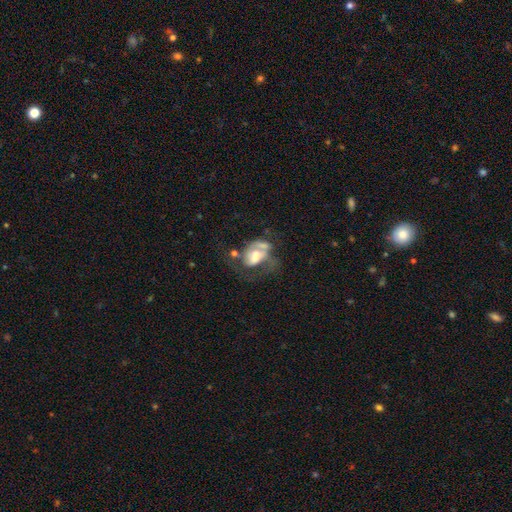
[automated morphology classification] Smooth or featured? featured or disk (54%)
Edge-on disk? no (96%)
Bar? no (66%)
Spiral arms? no (54%)
Bulge size? moderate (39%)
Merging? major disturbance (40%)